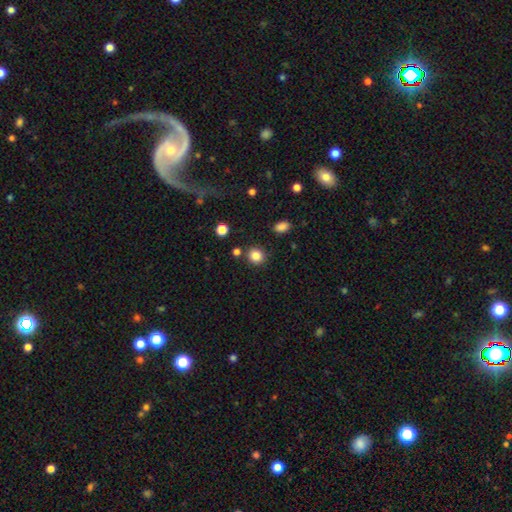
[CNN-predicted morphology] This is clearly a smooth galaxy (84%). How rounded: clearly round (84%). Merging: clearly none (84%).